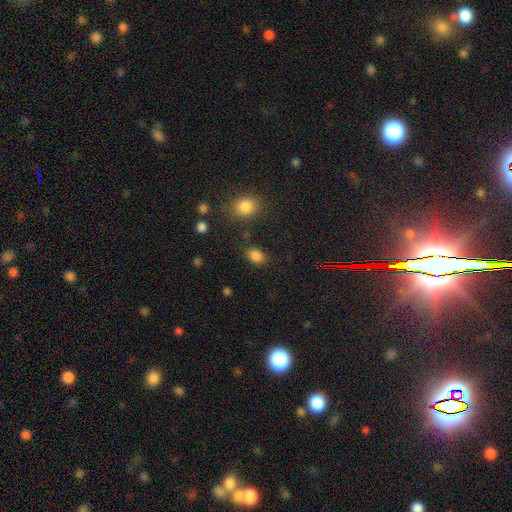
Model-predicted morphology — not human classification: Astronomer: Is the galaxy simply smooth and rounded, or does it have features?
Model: smooth — 84%.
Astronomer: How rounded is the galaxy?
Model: in between — 66%.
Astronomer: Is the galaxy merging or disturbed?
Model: none — 81%.